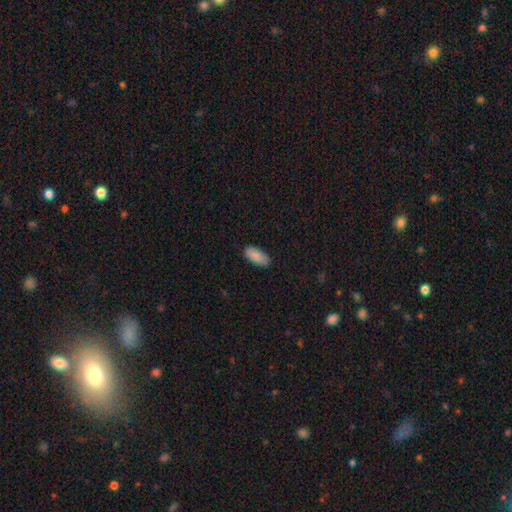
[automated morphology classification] The model was most divided on "merging": none: 86%, minor disturbance: 11%, major disturbance: 2%, merger: 1%. More confident: how rounded — in between (89%); smooth or featured — smooth (88%).